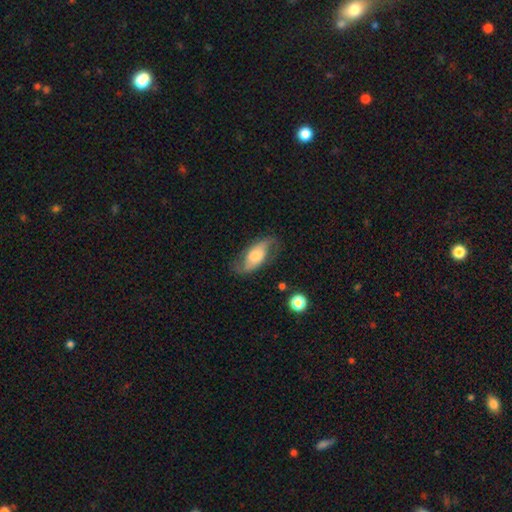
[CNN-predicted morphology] featured or disk 62%, smooth 31%, star or artifact 7%. Down the decision tree: edge-on disk — no (90%); bar — no (60%); spiral arms — yes (87%); bulge size — moderate (37%); merging — none (69%).